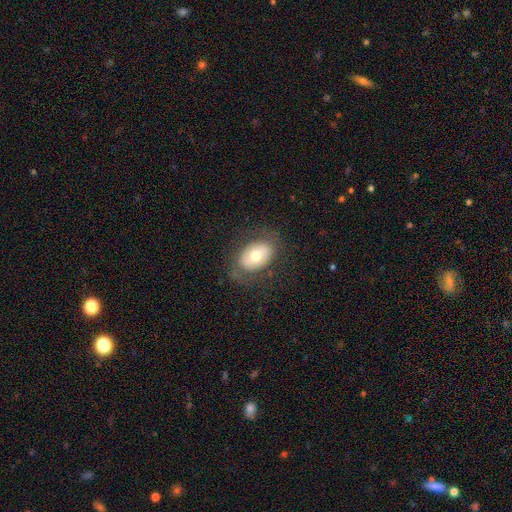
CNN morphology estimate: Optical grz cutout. It shows a smooth galaxy with no disk features (64%) that is in between round and cigar-shaped (83%). Merging: none (74%).